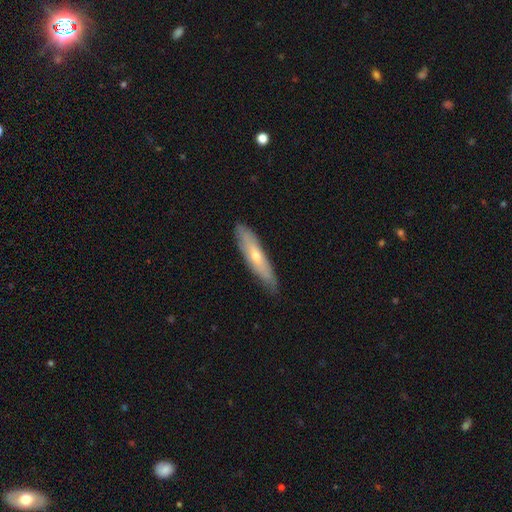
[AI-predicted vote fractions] A smooth galaxy with no disk features (51%) that is cigar-shaped (80%). Merging: none (81%).